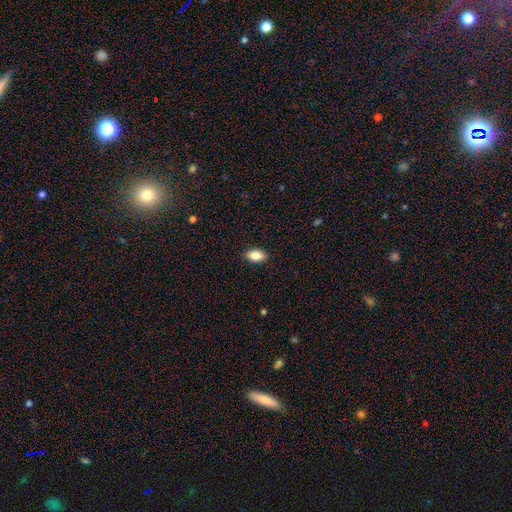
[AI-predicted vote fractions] Overall: smooth (85%). How rounded: in between (91%). Merging: none (89%).